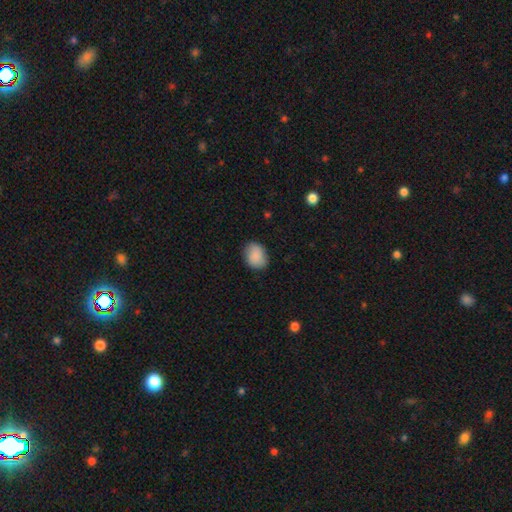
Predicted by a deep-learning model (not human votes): Q: Smooth or featured?
A: smooth (88%); runner-up: star or artifact (7%)
Q: How rounded?
A: in between (62%); runner-up: round (37%)
Q: Merging?
A: none (81%); runner-up: minor disturbance (14%)